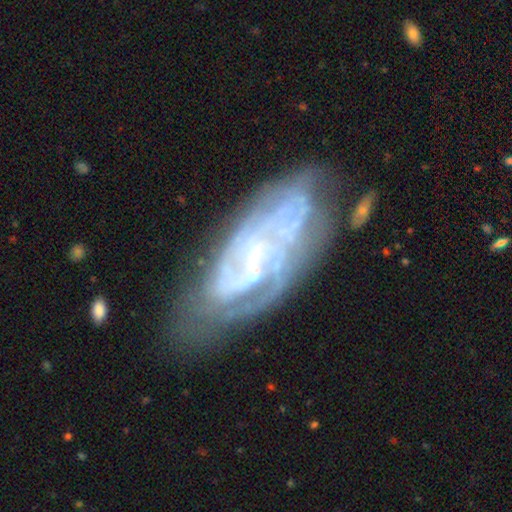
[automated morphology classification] Smooth or featured?
  - featured or disk: 83% *
  - smooth: 10%
  - star or artifact: 7%
Edge-on disk?
  - no: 93% *
  - yes: 7%
Bar?
  - no: 49% *
  - weak: 37%
  - strong: 14%
Spiral arms?
  - yes: 90% *
  - no: 10%
Spiral winding?
  - tight: 59% *
  - medium: 32%
  - loose: 9%
Spiral arm count?
  - can't tell: 38% *
  - 2: 25%
  - 3: 17%
  - 4: 8%
  - 1: 6%
  - more than 4: 6%
Bulge size?
  - small: 72% *
  - moderate: 14%
  - none: 11%
  - large: 2%
  - dominant: 1%
Merging?
  - none: 61% *
  - minor disturbance: 22%
  - major disturbance: 12%
  - merger: 4%